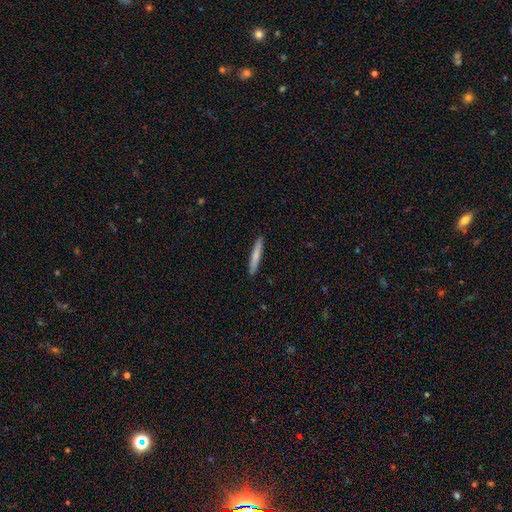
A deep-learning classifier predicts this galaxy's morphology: Smooth or featured? Predicted: smooth (p=0.75). How rounded? Predicted: cigar-shaped (p=0.95). Merging? Predicted: none (p=0.91).